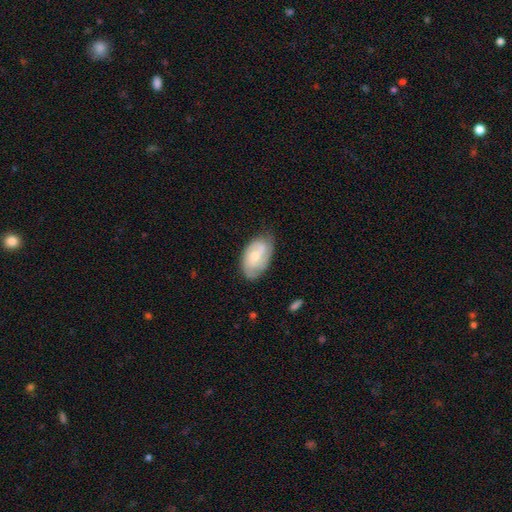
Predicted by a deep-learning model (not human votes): Smooth or featured? Predicted: featured or disk (p=0.54). Edge-on disk? Predicted: no (p=0.96). Bar? Predicted: no (p=0.61). Spiral arms? Predicted: yes (p=0.81). Bulge size? Predicted: moderate (p=0.49). Merging? Predicted: none (p=0.64).